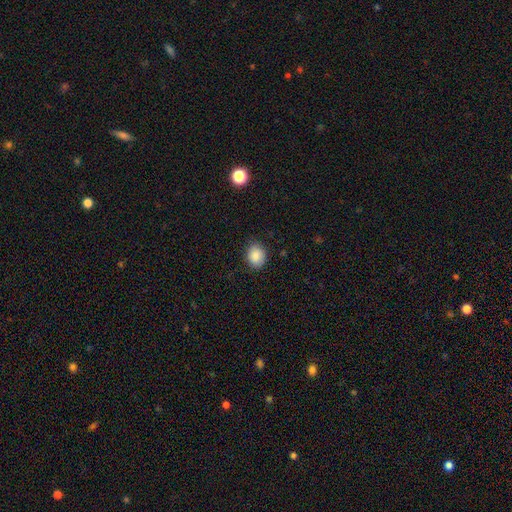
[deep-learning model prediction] smooth 87%, star or artifact 9%, featured or disk 4%. Down the decision tree: how rounded — round (52%); merging — none (81%).